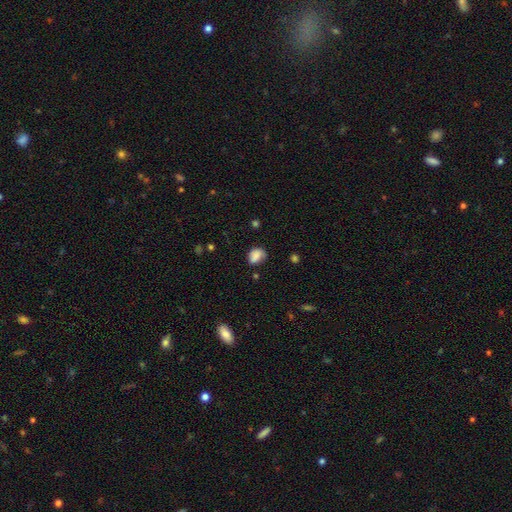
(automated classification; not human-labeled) A smooth galaxy with no disk features (78%) that is in between round and cigar-shaped (60%).

Vote fractions:
- Smooth or featured? smooth: 78% / featured or disk: 12% / star or artifact: 9%
- How rounded? in between: 60% / round: 39% / cigar-shaped: 1%
- Merging? none: 55% / minor disturbance: 31% / major disturbance: 10% / merger: 4%